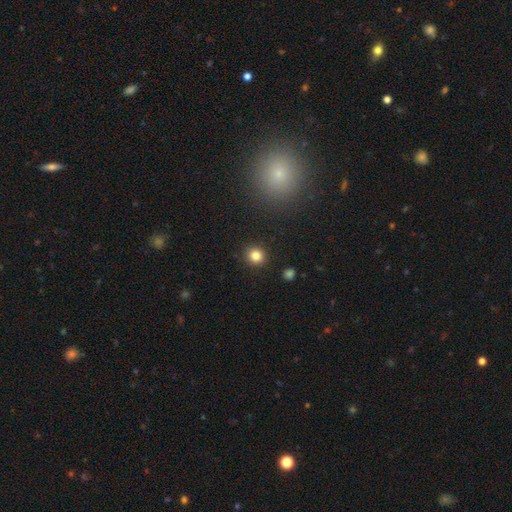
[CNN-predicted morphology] This appears to be a smooth galaxy with no disk features (83%) that is round (88%). Merging: none (91%).